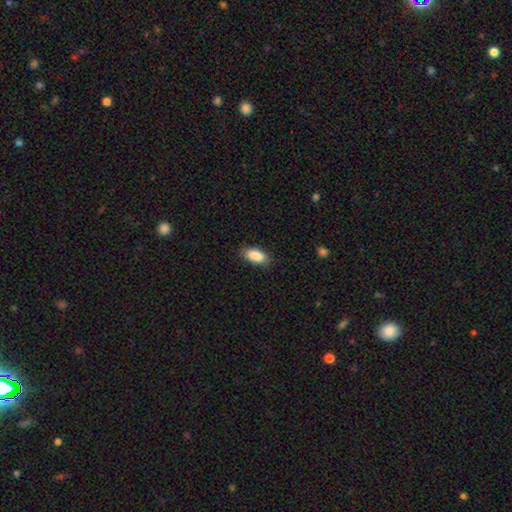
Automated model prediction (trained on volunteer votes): Overall: smooth (89%). How rounded: in between (90%). Merging: none (84%).